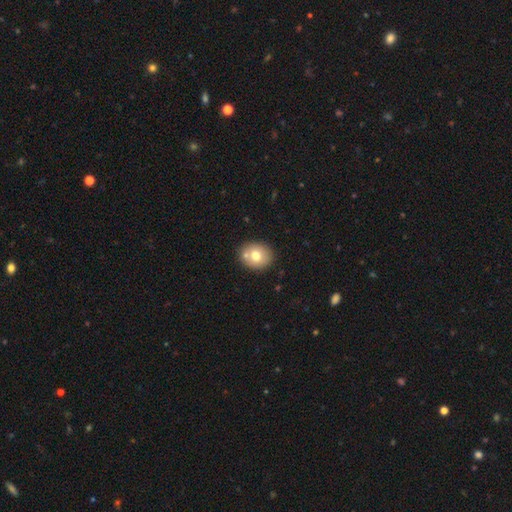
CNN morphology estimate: This appears to be a smooth galaxy with no disk features (71%) that is round (60%). Merging: none (70%).